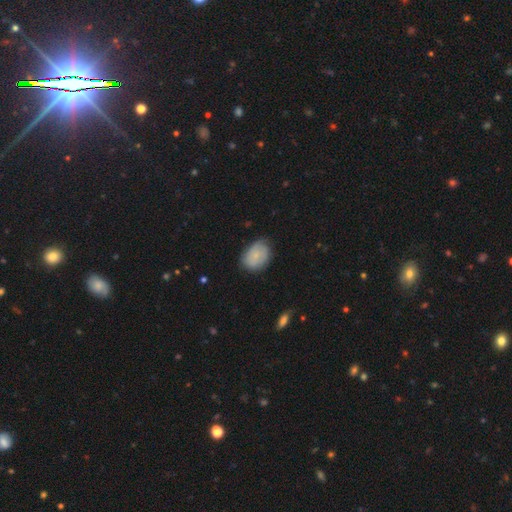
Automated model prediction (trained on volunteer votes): Smooth or featured? Predicted: smooth (p=0.67). How rounded? Predicted: in between (p=0.71). Merging? Predicted: none (p=0.66).